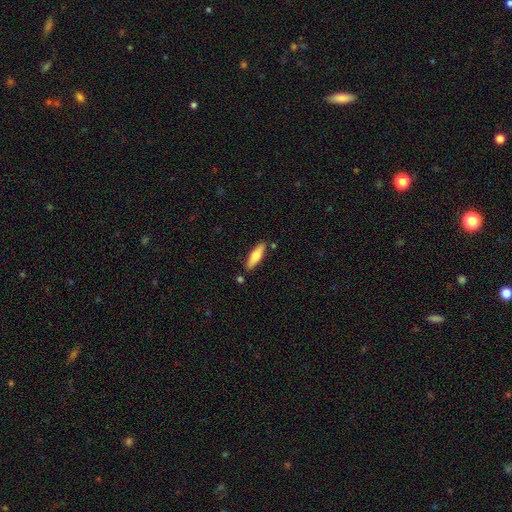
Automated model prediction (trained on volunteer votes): Overall: smooth (67%; featured or disk 28%). How rounded: cigar-shaped (60%; in between 39%). Merging: none (83%).